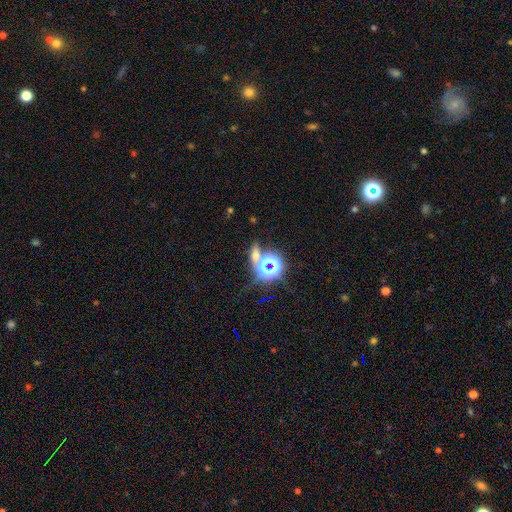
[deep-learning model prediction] A star or artifact, not a galaxy (53%).

Vote fractions:
- Smooth or featured? star or artifact: 53% / smooth: 34% / featured or disk: 14%